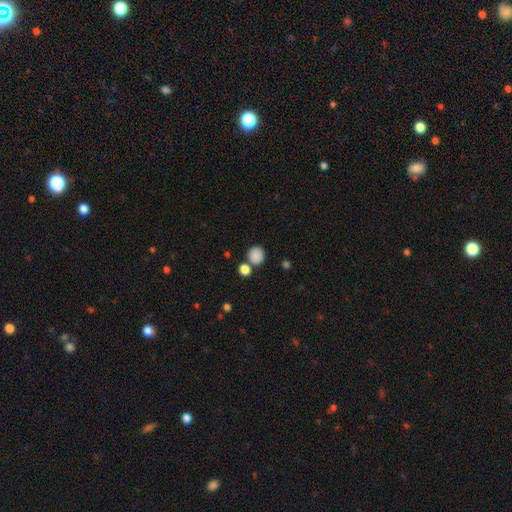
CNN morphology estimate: smooth_or_featured: smooth (p=0.87) [alt: star or artifact p=0.10]
how_rounded: round (p=0.81) [alt: in between p=0.18]
merging: none (p=0.71) [alt: merger p=0.16]